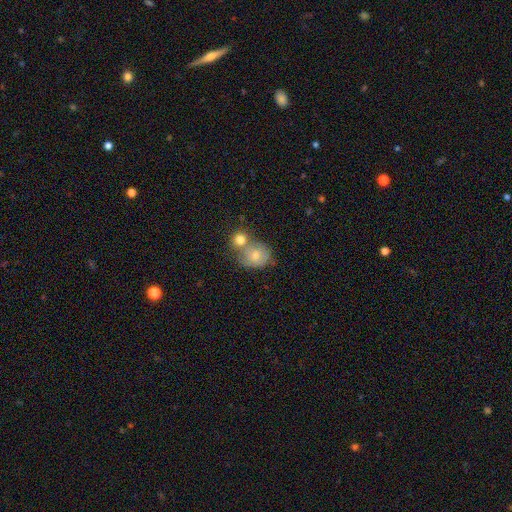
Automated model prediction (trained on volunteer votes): A smooth galaxy with no disk features (66%) that is round (69%).

Vote fractions:
- Smooth or featured? smooth: 66% / featured or disk: 25% / star or artifact: 9%
- How rounded? round: 69% / in between: 30% / cigar-shaped: 1%
- Merging? merger: 51% / none: 31% / minor disturbance: 13% / major disturbance: 6%